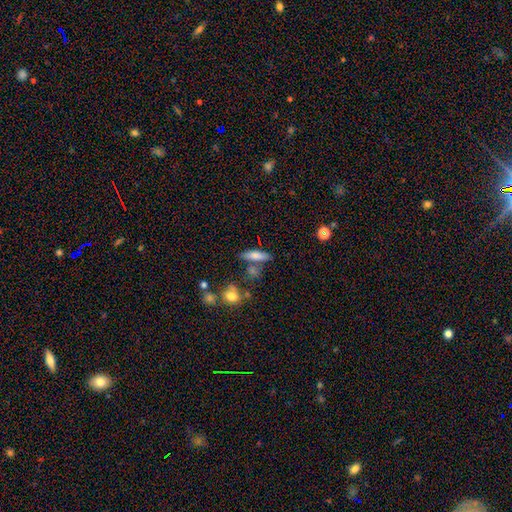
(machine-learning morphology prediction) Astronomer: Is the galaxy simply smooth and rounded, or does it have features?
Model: smooth — 70%.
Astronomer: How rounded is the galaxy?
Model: cigar-shaped — 64%.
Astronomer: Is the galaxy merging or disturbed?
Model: none — 66%.